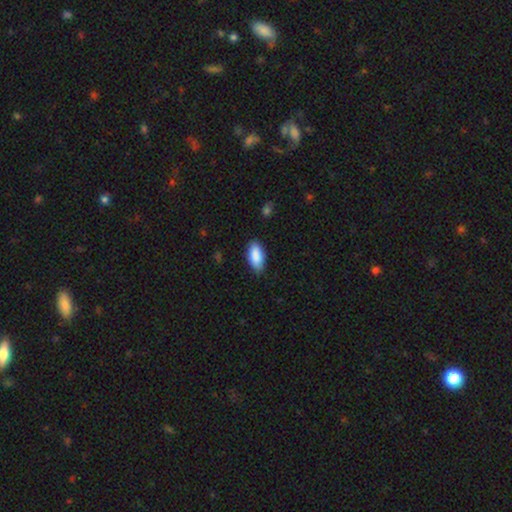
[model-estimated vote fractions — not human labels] smooth_or_featured: smooth (p=0.89) [alt: star or artifact p=0.06]
how_rounded: in between (p=0.90) [alt: cigar-shaped p=0.08]
merging: none (p=0.83) [alt: minor disturbance p=0.14]